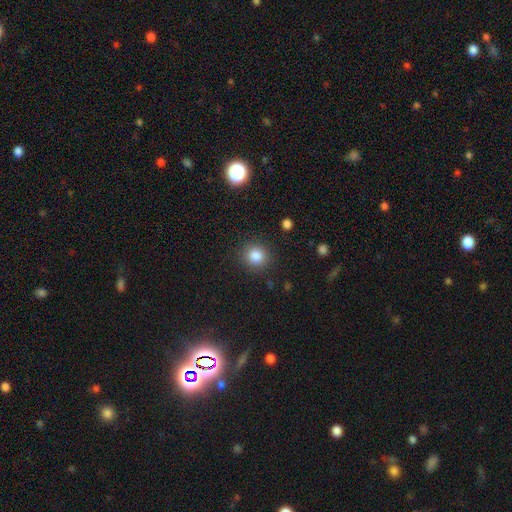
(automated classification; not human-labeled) smooth-or-featured: smooth: 85% | star or artifact: 11% | featured or disk: 5%
  how-rounded: round: 88% | in between: 11% | cigar-shaped: 1%
  merging: none: 88% | minor disturbance: 7% | major disturbance: 3% | merger: 1%